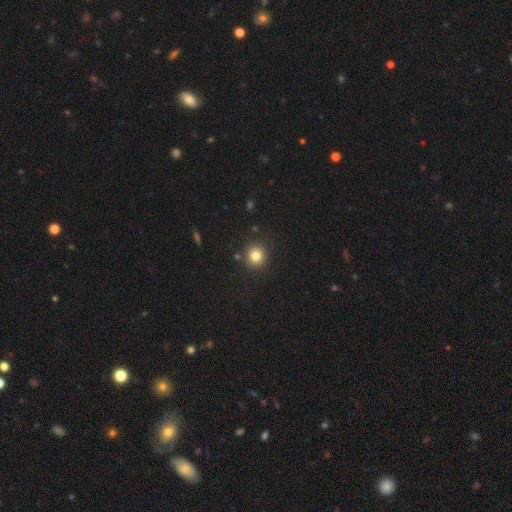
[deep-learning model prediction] Q: Smooth or featured?
A: smooth (83%); runner-up: star or artifact (12%)
Q: How rounded?
A: round (90%); runner-up: in between (9%)
Q: Merging?
A: none (87%); runner-up: minor disturbance (7%)